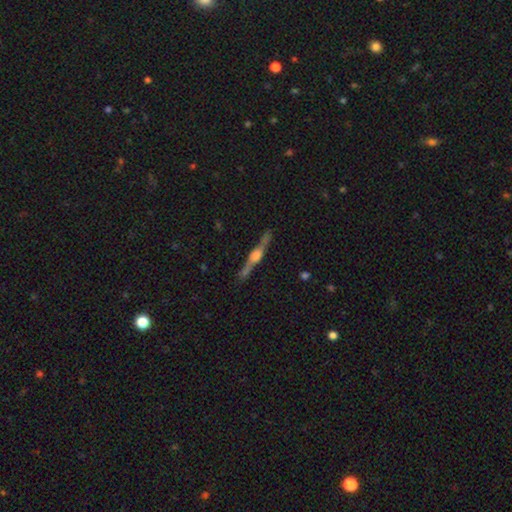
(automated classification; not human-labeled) Q: Smooth or featured?
A: featured or disk (81%); runner-up: smooth (13%)
Q: Edge-on disk?
A: yes (97%); runner-up: no (3%)
Q: Edge-on bulge?
A: rounded (86%); runner-up: boxy (11%)
Q: Merging?
A: none (85%); runner-up: minor disturbance (11%)